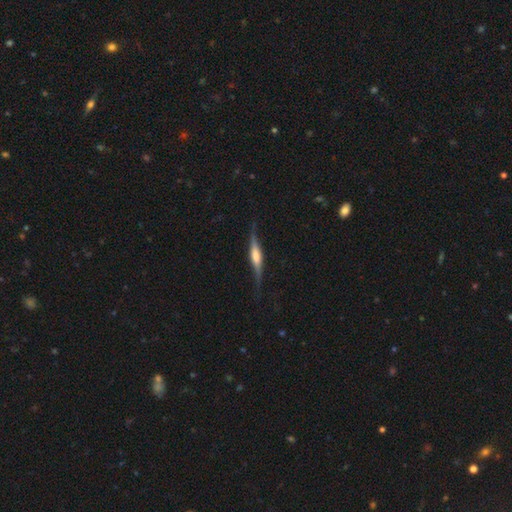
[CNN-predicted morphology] A featured or disk galaxy (68%) viewed edge-on (91%) with a rounded central bulge (54%). Merging: none (72%).